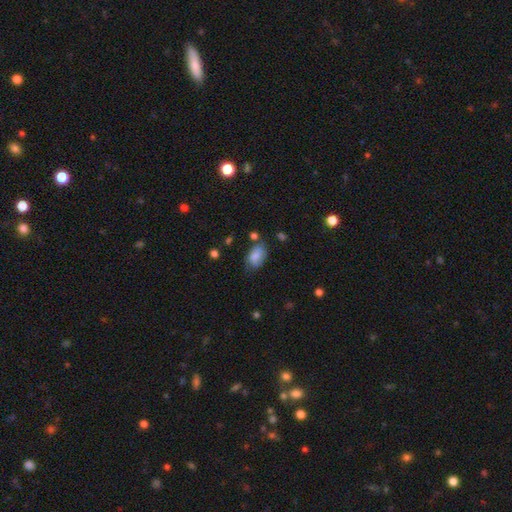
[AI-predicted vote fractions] Overall: smooth (80%). How rounded: in between (90%). Merging: none (60%; minor disturbance 27%).